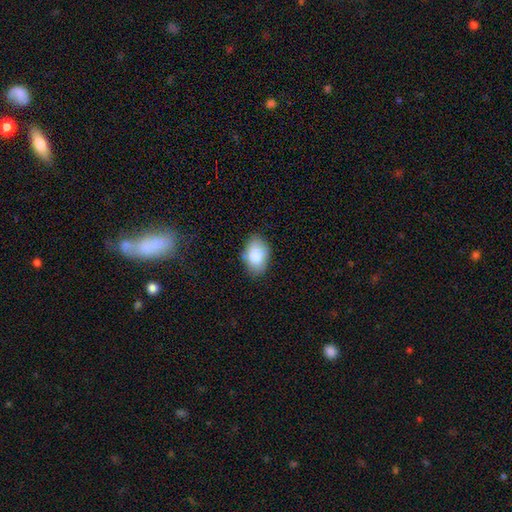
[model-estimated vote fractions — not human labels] A smooth galaxy with no disk features (84%) that is in between round and cigar-shaped (89%).

Vote fractions:
- Smooth or featured? smooth: 84% / featured or disk: 9% / star or artifact: 7%
- How rounded? in between: 89% / round: 10% / cigar-shaped: 1%
- Merging? none: 79% / minor disturbance: 16% / major disturbance: 3% / merger: 1%